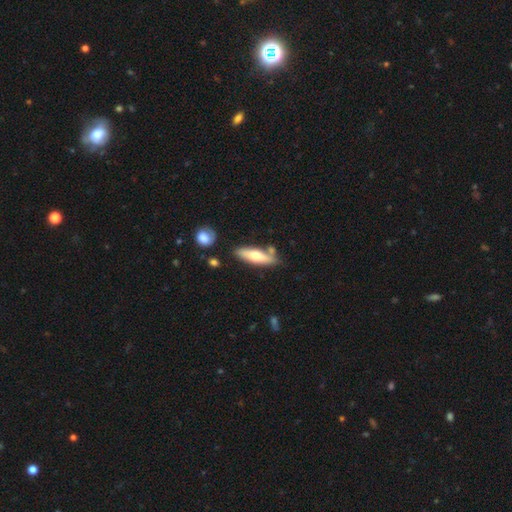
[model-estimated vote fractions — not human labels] A smooth galaxy with no disk features (56%) that is cigar-shaped (62%). Merging: none (73%).